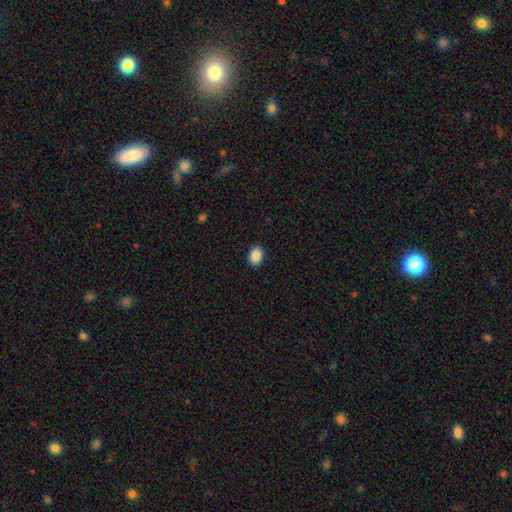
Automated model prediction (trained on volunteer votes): Smooth or featured?
  - smooth: 89% *
  - star or artifact: 8%
  - featured or disk: 3%
How rounded?
  - in between: 68% *
  - round: 31%
  - cigar-shaped: 1%
Merging?
  - none: 90% *
  - minor disturbance: 7%
  - major disturbance: 2%
  - merger: 1%